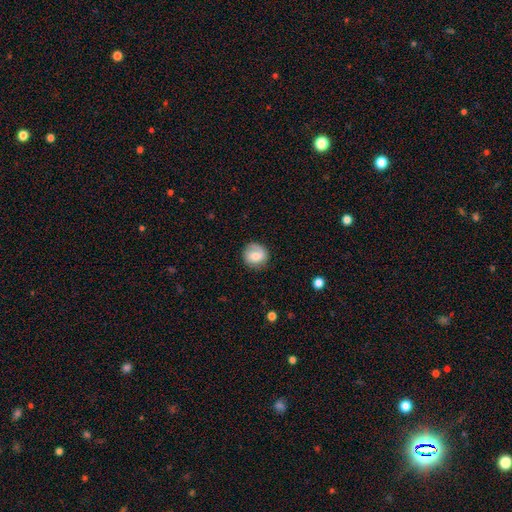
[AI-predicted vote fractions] Morphology: type=smooth (61%); roundness=round (88%); merging=none (79%).